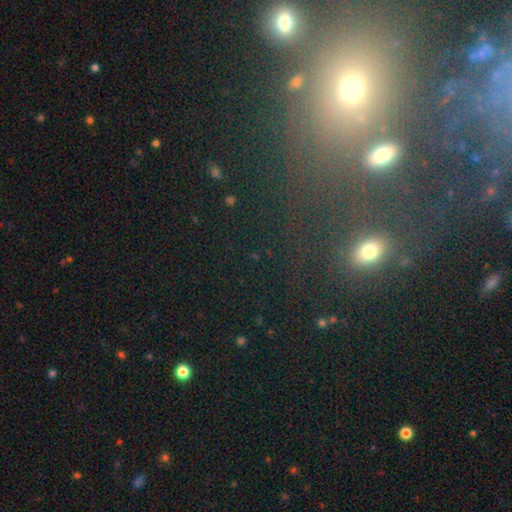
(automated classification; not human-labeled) smooth-or-featured: star or artifact: 51% | smooth: 35% | featured or disk: 14%